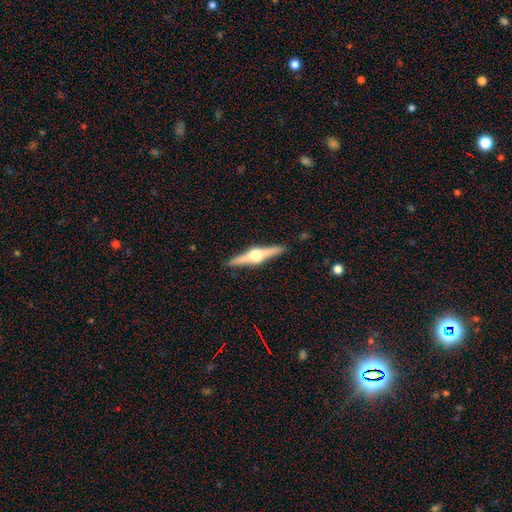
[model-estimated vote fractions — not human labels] Smooth or featured? Predicted: featured or disk (p=0.81). Edge-on disk? Predicted: yes (p=0.98). Edge-on bulge? Predicted: rounded (p=0.96). Merging? Predicted: none (p=0.91).